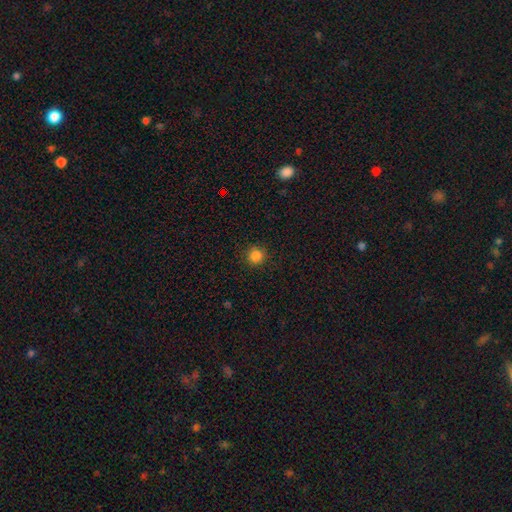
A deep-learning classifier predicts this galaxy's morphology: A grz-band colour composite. It shows a smooth galaxy with no disk features (85%) that is round (92%). Merging: none (89%).